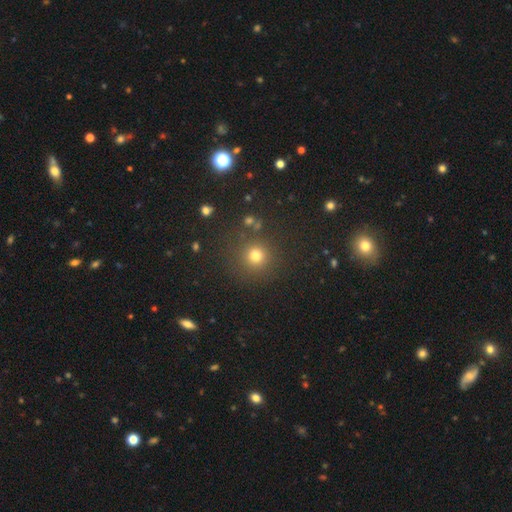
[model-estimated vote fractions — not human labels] Smooth or featured?
  - smooth: 75% *
  - star or artifact: 19%
  - featured or disk: 6%
How rounded?
  - round: 92% *
  - in between: 7%
  - cigar-shaped: 1%
Merging?
  - none: 83% *
  - minor disturbance: 9%
  - merger: 4%
  - major disturbance: 4%